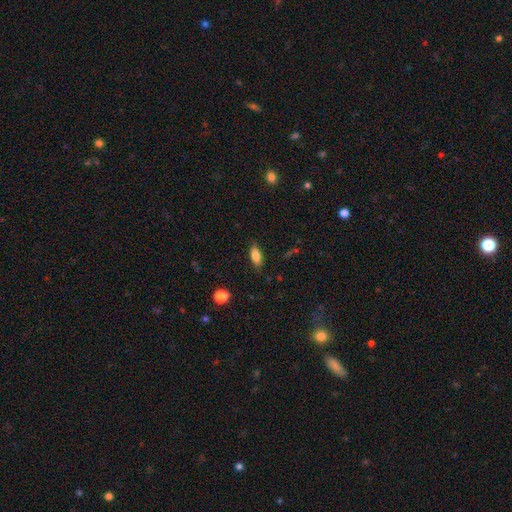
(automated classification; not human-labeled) The model was most divided on "how rounded": in between: 82%, cigar-shaped: 15%, round: 3%. More confident: smooth or featured — smooth (84%); merging — none (83%).